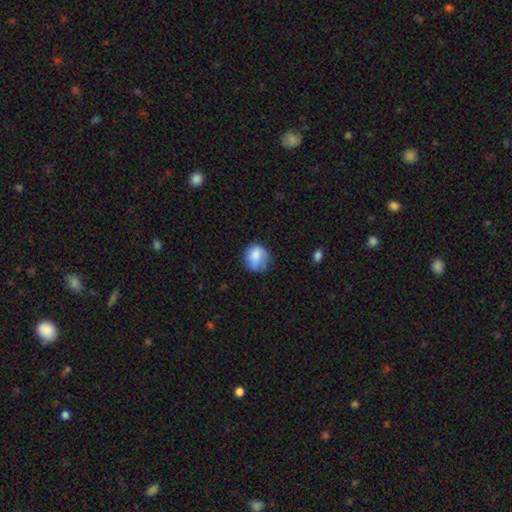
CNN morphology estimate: smooth_or_featured: smooth (p=0.76) [alt: featured or disk p=0.16]
how_rounded: round (p=0.74) [alt: in between p=0.25]
merging: none (p=0.56) [alt: minor disturbance p=0.30]